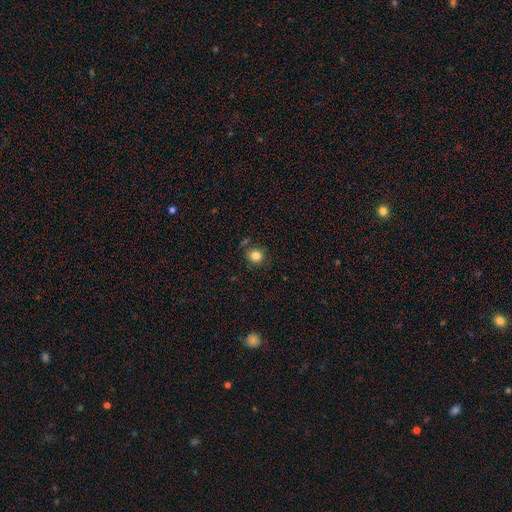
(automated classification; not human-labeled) Morphology: type=smooth (83%); roundness=round (86%); merging=none (81%).